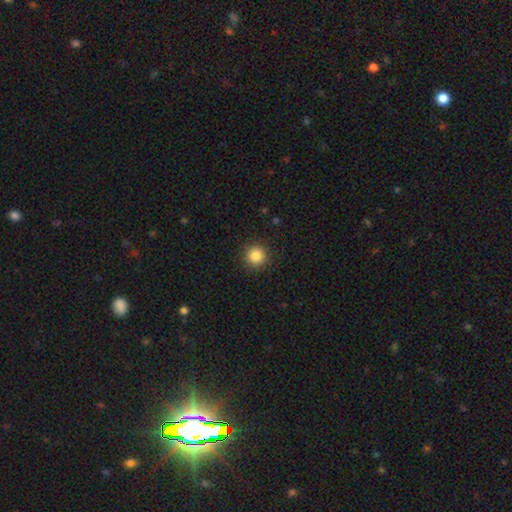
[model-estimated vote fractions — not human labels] This appears to be a smooth galaxy with no disk features (86%) that is round (95%). Merging: none (91%).